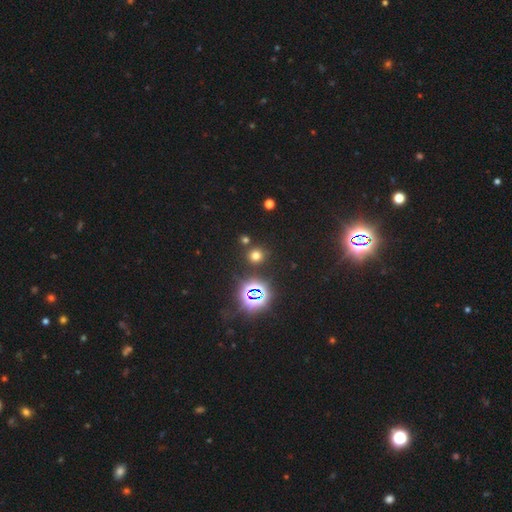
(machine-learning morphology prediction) This appears to be a smooth galaxy with no disk features (62%) that is round (90%). Merging: none (83%).